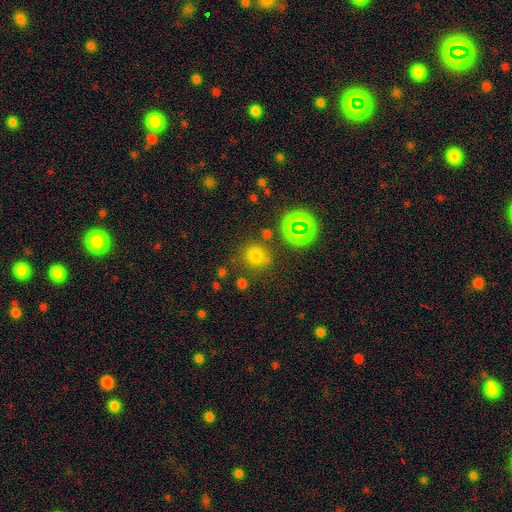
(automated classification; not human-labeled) Overall: smooth (71%). How rounded: round (88%). Merging: none (78%).